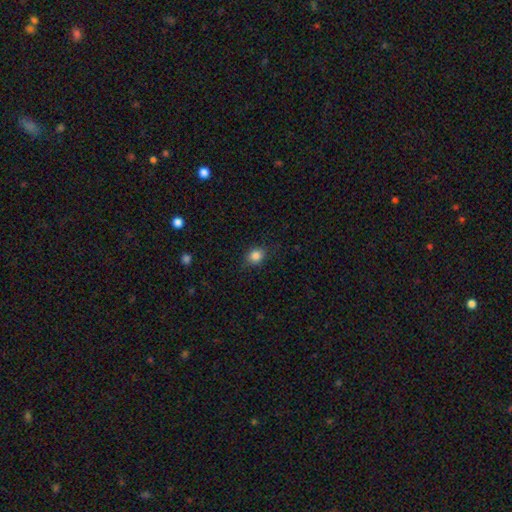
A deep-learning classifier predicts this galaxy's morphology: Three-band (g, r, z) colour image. It shows a smooth galaxy with no disk features (84%) that is round (62%). Merging: none (85%).